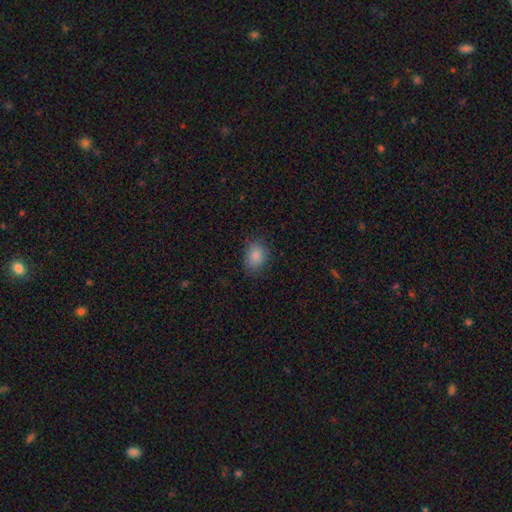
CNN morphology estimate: Smooth or featured: smooth — 86% (star or artifact — 9%)
How rounded: in between — 65% (round — 34%)
Merging: none — 81% (minor disturbance — 14%)